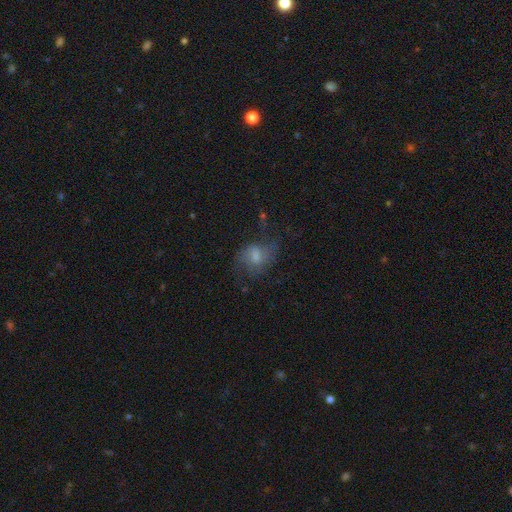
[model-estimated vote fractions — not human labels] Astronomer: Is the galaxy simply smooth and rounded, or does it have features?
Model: featured or disk — 51% (runner-up: smooth, 38%).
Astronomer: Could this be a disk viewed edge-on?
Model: no — 96%.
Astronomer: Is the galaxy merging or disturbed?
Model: none — 47% (runner-up: major disturbance, 28%).